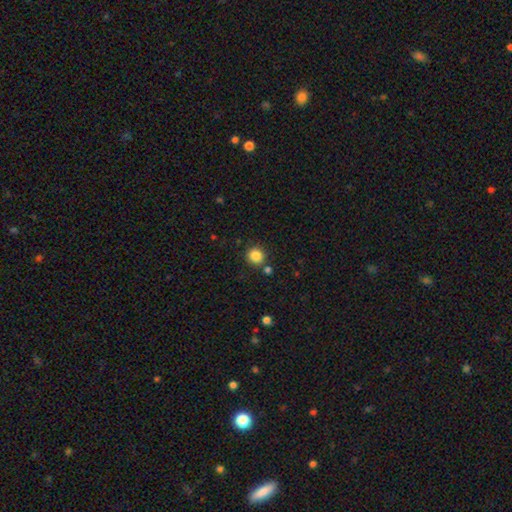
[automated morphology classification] type=smooth (85%); roundness=round (89%); merging=none (82%).